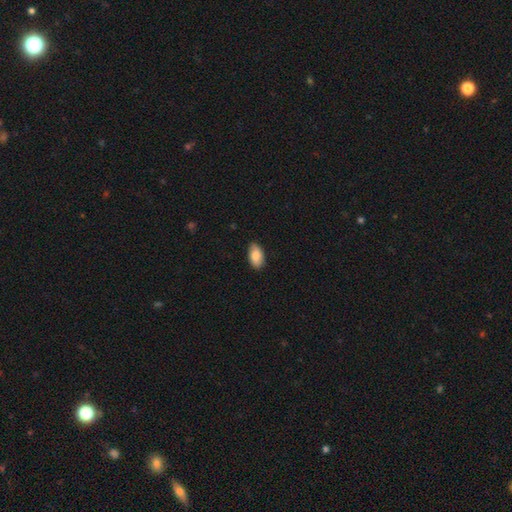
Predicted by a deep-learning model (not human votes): This appears to be a smooth galaxy with no disk features (87%) that is in between round and cigar-shaped (94%). Merging: none (88%).